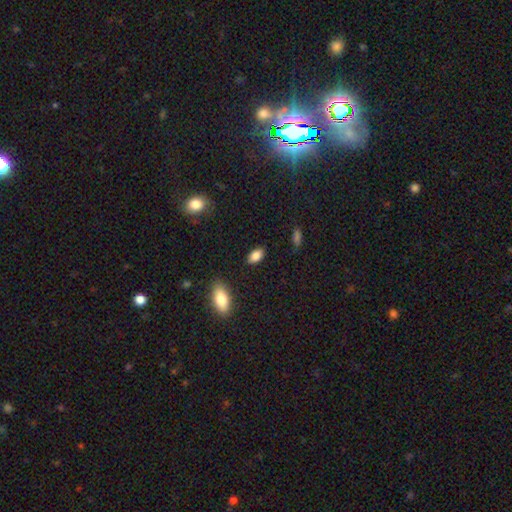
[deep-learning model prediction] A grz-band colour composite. It shows a smooth galaxy with no disk features (86%) that is in between round and cigar-shaped (91%). Merging: none (86%).